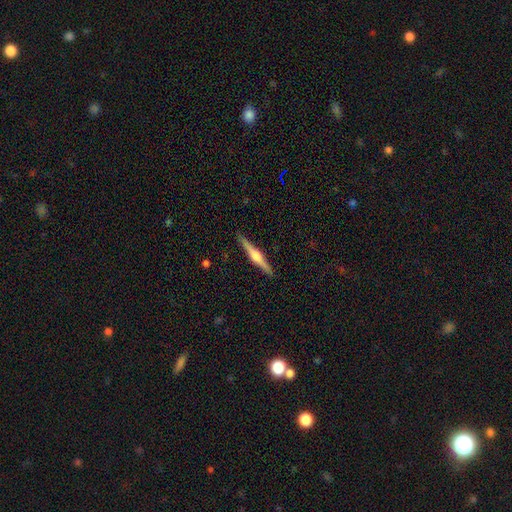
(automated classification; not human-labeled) A featured or disk galaxy (72%) viewed edge-on (98%) with a rounded central bulge (88%). Merging: none (91%).